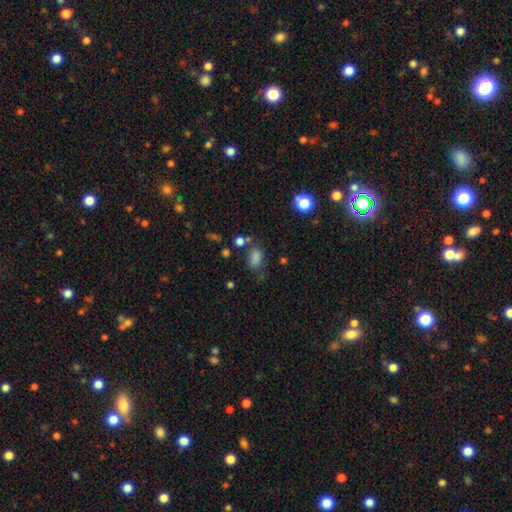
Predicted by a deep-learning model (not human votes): smooth-or-featured: smooth: 78% | star or artifact: 15% | featured or disk: 7%
  how-rounded: in between: 80% | round: 19% | cigar-shaped: 2%
  merging: none: 60% | minor disturbance: 22% | major disturbance: 9% | merger: 9%